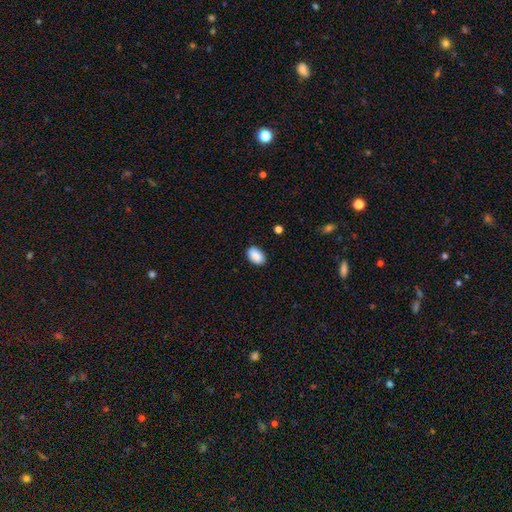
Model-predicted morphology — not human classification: smooth_or_featured: smooth (p=0.89) [alt: star or artifact p=0.07]
how_rounded: in between (p=0.90) [alt: round p=0.09]
merging: none (p=0.87) [alt: minor disturbance p=0.10]